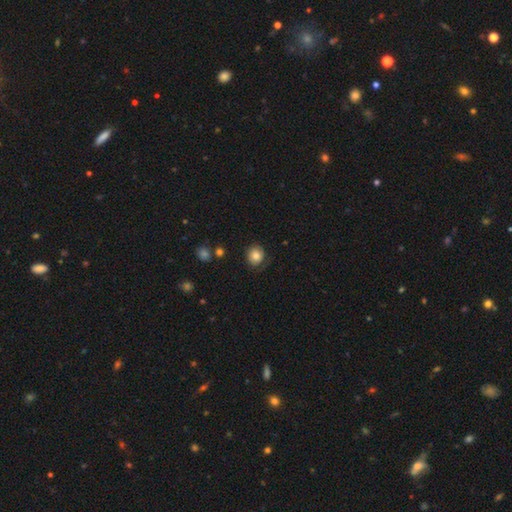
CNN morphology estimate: Smooth or featured? Predicted: smooth (p=0.79). How rounded? Predicted: round (p=0.81). Merging? Predicted: none (p=0.76).